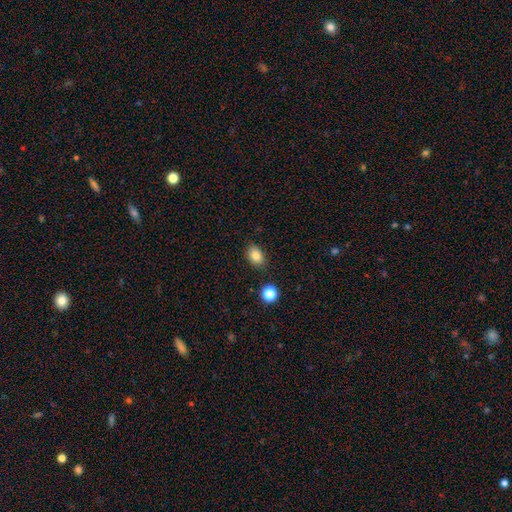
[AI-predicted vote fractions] Smooth or featured? Predicted: smooth (p=0.83). How rounded? Predicted: in between (p=0.79). Merging? Predicted: none (p=0.84).